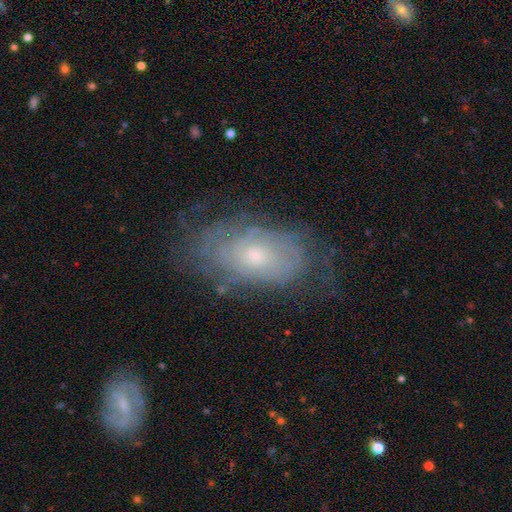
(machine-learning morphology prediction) Smooth or featured: featured or disk — 66% (smooth — 25%)
Edge-on disk: no — 93% (yes — 7%)
Bar: no — 81% (weak — 16%)
Spiral arms: yes — 78% (no — 22%)
Bulge size: small — 53% (moderate — 40%)
Merging: none — 67% (minor disturbance — 21%)